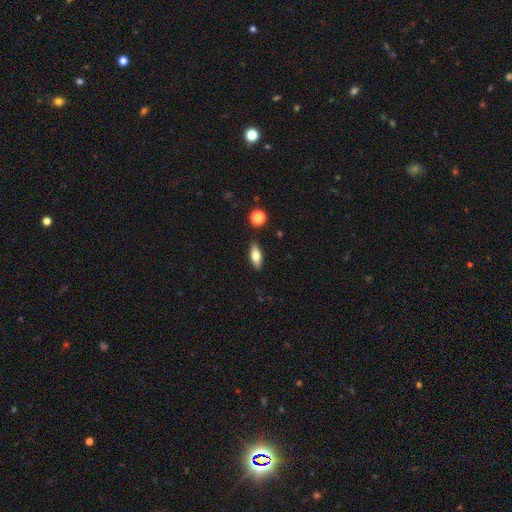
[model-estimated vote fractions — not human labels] Morphology: type=smooth (73%); roundness=in between (79%); merging=none (86%).